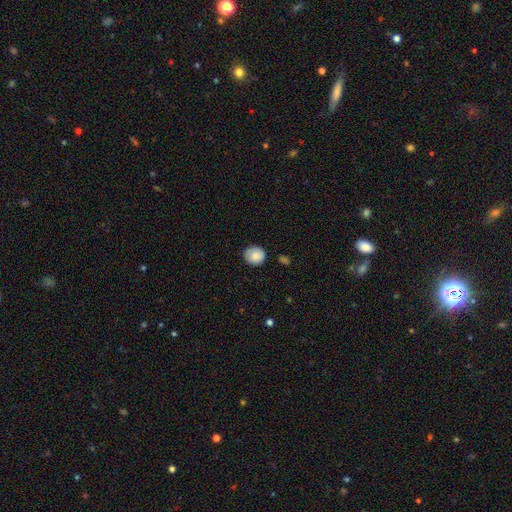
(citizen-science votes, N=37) This is clearly a smooth galaxy (92%). How rounded: clearly round (91%). Merging: clearly none (81%).